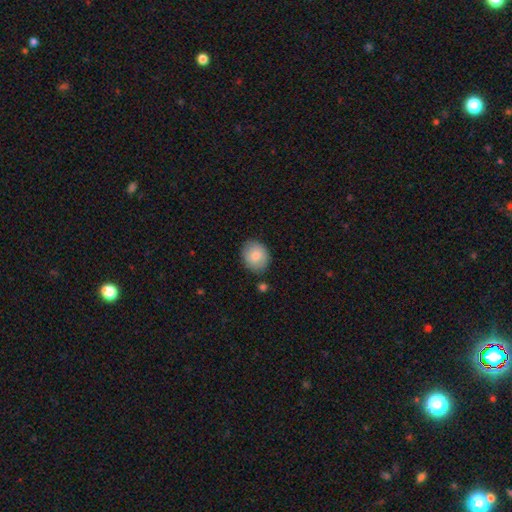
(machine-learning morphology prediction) type=smooth (84%); roundness=round (63%); merging=none (81%).